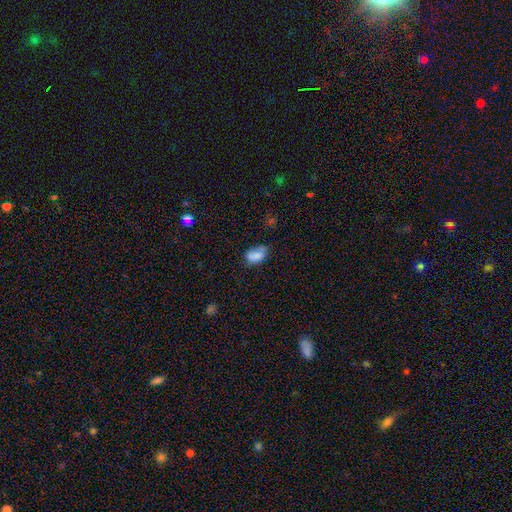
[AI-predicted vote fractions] smooth-or-featured: smooth: 80% | featured or disk: 11% | star or artifact: 9%
  how-rounded: in between: 87% | round: 11% | cigar-shaped: 2%
  merging: none: 49% | minor disturbance: 34% | major disturbance: 11% | merger: 7%